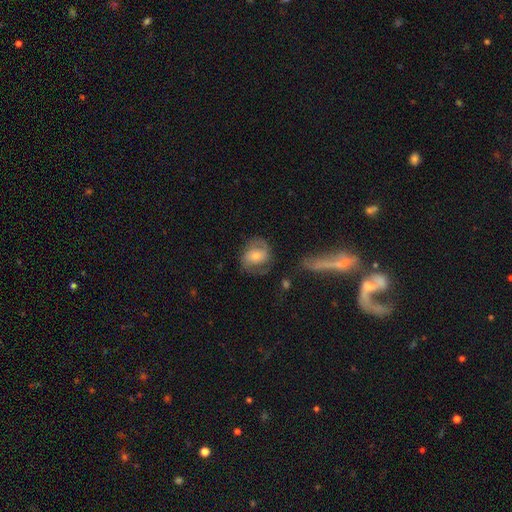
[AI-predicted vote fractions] Q: Smooth or featured?
A: featured or disk (64%); runner-up: smooth (28%)
Q: Edge-on disk?
A: no (96%); runner-up: yes (4%)
Q: Bar?
A: no (48%); runner-up: weak (35%)
Q: Spiral arms?
A: yes (86%); runner-up: no (14%)
Q: Spiral winding?
A: medium (45%); runner-up: tight (33%)
Q: Spiral arm count?
A: 2 (81%); runner-up: can't tell (10%)
Q: Bulge size?
A: moderate (54%); runner-up: small (37%)
Q: Merging?
A: none (66%); runner-up: minor disturbance (18%)